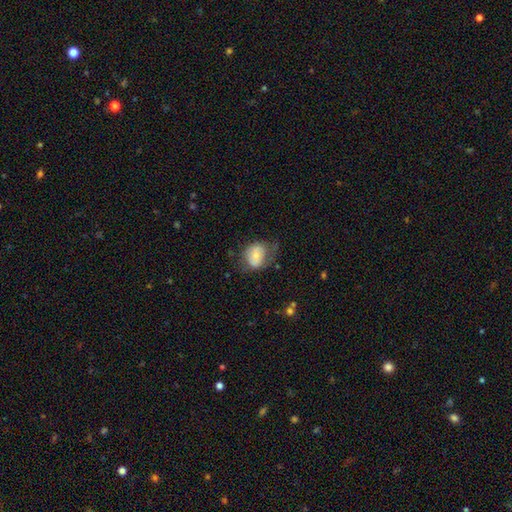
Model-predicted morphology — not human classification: A smooth galaxy with no disk features (64%) that is in between round and cigar-shaped (54%). Merging: none (45%).